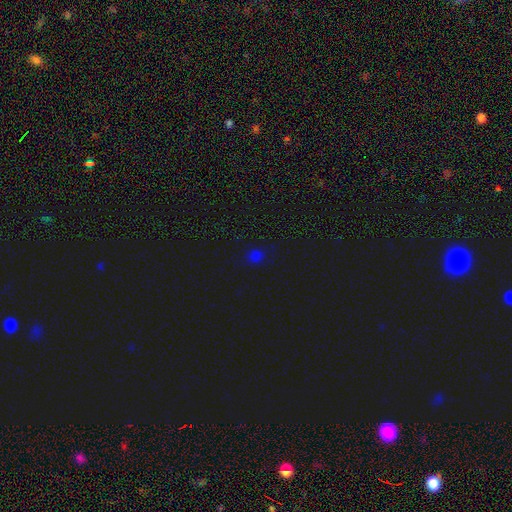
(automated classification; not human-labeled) This is likely a smooth galaxy (70%). How rounded: clearly round (84%). Merging: clearly none (88%).